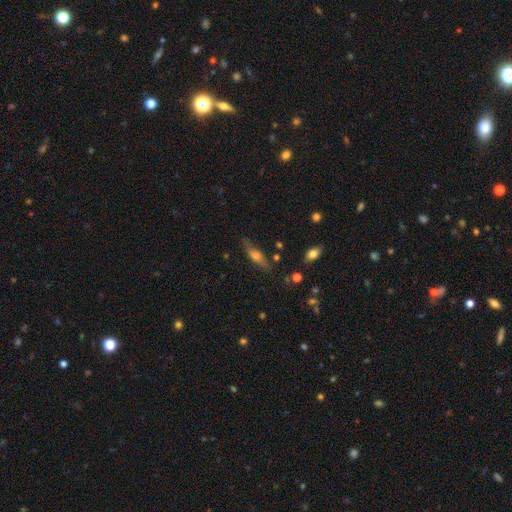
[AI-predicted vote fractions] Smooth or featured: featured or disk — 47% (smooth — 44%)
Merging: none — 76% (minor disturbance — 17%)